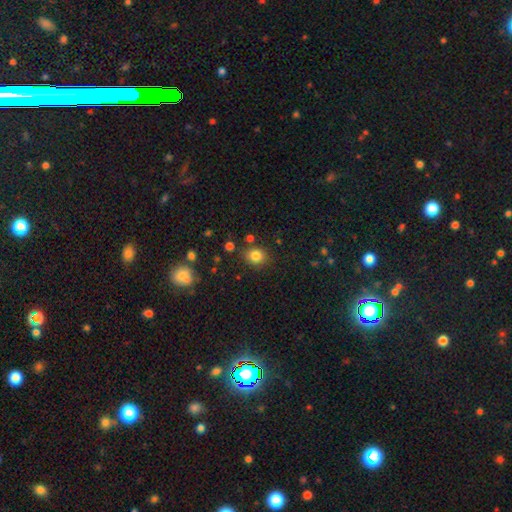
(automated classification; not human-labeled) A smooth galaxy with no disk features (82%) that is round (70%).

Vote fractions:
- Smooth or featured? smooth: 82% / star or artifact: 12% / featured or disk: 6%
- How rounded? round: 70% / in between: 29% / cigar-shaped: 1%
- Merging? none: 82% / minor disturbance: 10% / merger: 4% / major disturbance: 3%